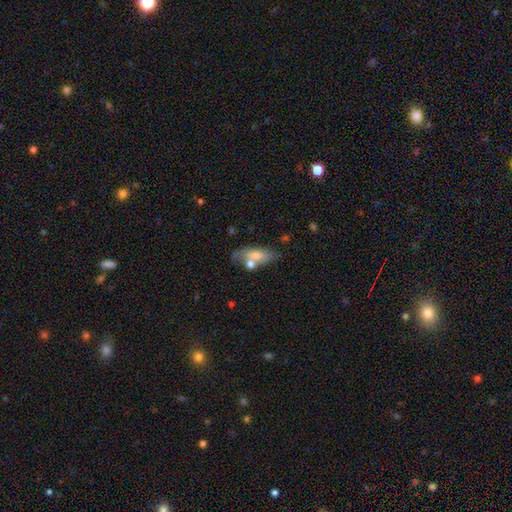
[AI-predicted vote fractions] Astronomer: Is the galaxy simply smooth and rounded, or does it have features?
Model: smooth — 68%.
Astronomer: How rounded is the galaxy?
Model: in between — 74%.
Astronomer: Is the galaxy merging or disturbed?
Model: none — 55%.